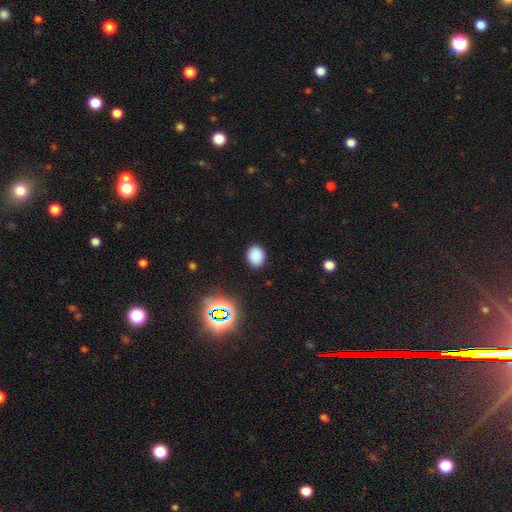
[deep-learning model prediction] Smooth or featured?
  - smooth: 82% *
  - star or artifact: 14%
  - featured or disk: 4%
How rounded?
  - in between: 51% *
  - round: 48%
  - cigar-shaped: 1%
Merging?
  - none: 88% *
  - minor disturbance: 9%
  - major disturbance: 3%
  - merger: 1%